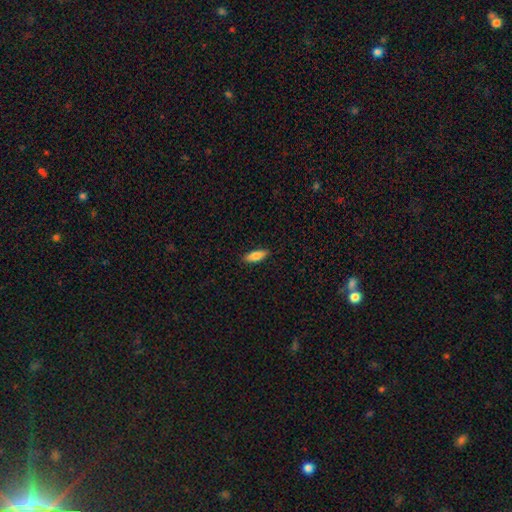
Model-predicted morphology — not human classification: type=smooth (84%); roundness=in between (66%); merging=none (89%).